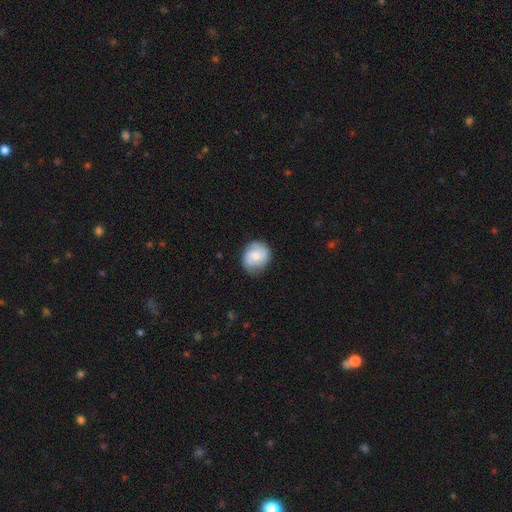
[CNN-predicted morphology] Smooth or featured: smooth — 56% (featured or disk — 37%)
How rounded: round — 76% (in between — 24%)
Merging: none — 75% (minor disturbance — 19%)